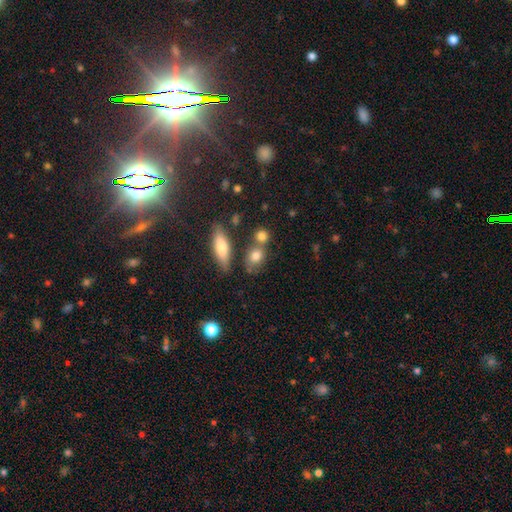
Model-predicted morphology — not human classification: This is likely a smooth galaxy (79%). How rounded: possibly in between (48%). Merging: possibly none (56%).